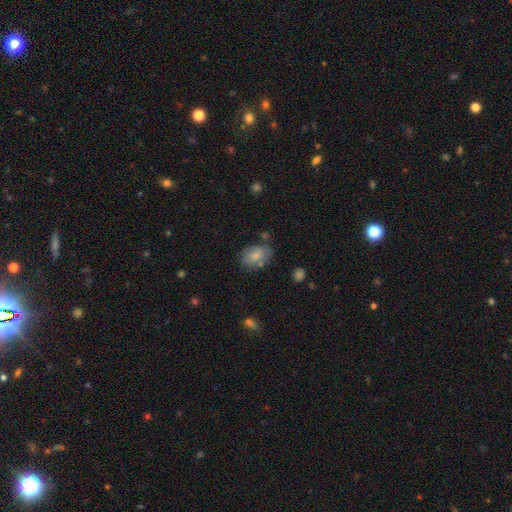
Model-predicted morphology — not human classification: Q: Smooth or featured?
A: smooth (79%); runner-up: featured or disk (13%)
Q: How rounded?
A: in between (80%); runner-up: round (19%)
Q: Merging?
A: none (68%); runner-up: minor disturbance (20%)